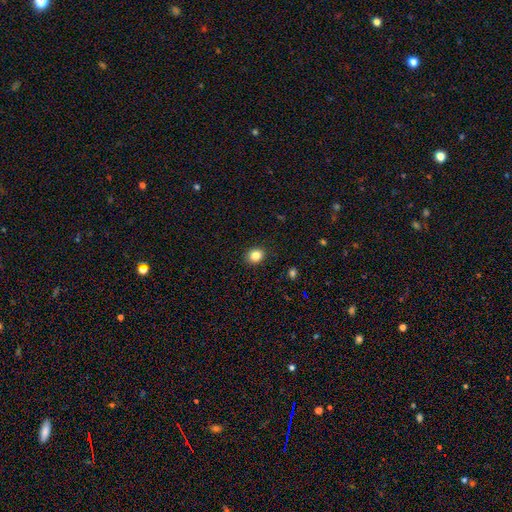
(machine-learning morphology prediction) Overall: smooth (85%). How rounded: round (68%; in between 31%). Merging: none (90%).